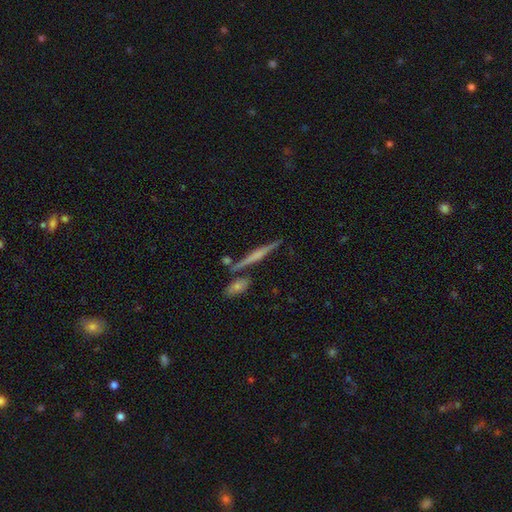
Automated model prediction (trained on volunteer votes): The model was most divided on "edge-on bulge": rounded: 55%, none: 26%, boxy: 19%. More confident: edge-on disk — yes (97%); merging — none (81%); smooth or featured — featured or disk (71%).